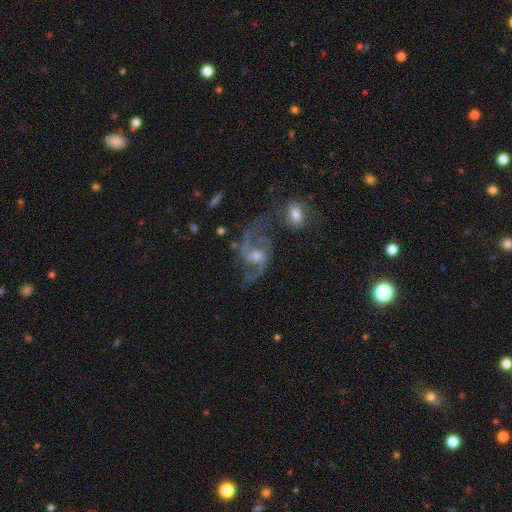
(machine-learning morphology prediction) smooth_or_featured: featured or disk (p=0.89) [alt: star or artifact p=0.06]
disk_edge_on: no (p=0.97) [alt: yes p=0.03]
bar: no (p=0.49) [alt: weak p=0.42]
has_spiral_arms: yes (p=0.97) [alt: no p=0.03]
spiral_winding: loose (p=0.55) [alt: medium p=0.38]
spiral_arm_count: 2 (p=0.91) [alt: can't tell p=0.03]
bulge_size: small (p=0.45) [tied with: moderate p=0.45]
merging: none (p=0.57) [alt: minor disturbance p=0.18]